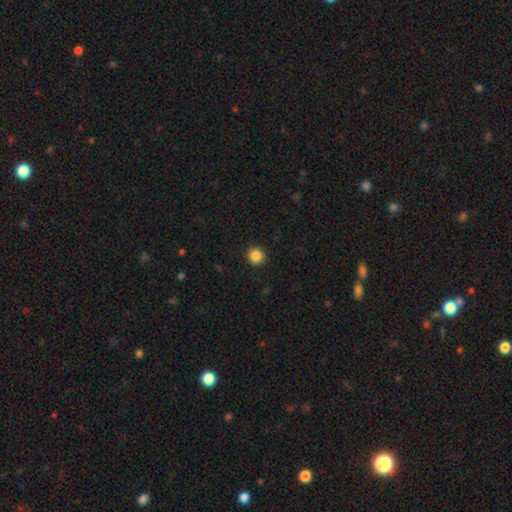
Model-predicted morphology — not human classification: Smooth or featured? Predicted: smooth (p=0.86). How rounded? Predicted: round (p=0.89). Merging? Predicted: none (p=0.92).